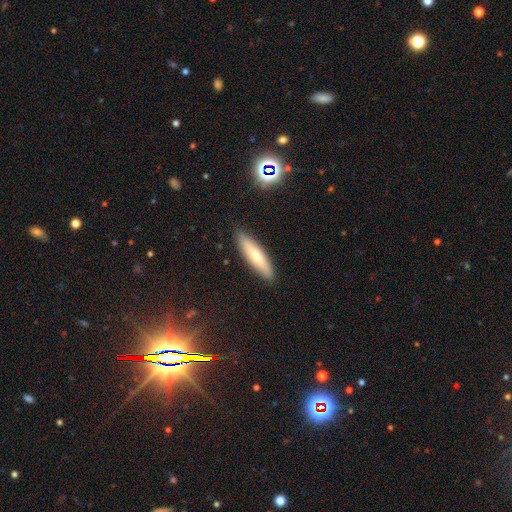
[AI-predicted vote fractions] This appears to be a smooth galaxy with no disk features (70%) that is cigar-shaped (76%). Merging: none (88%).